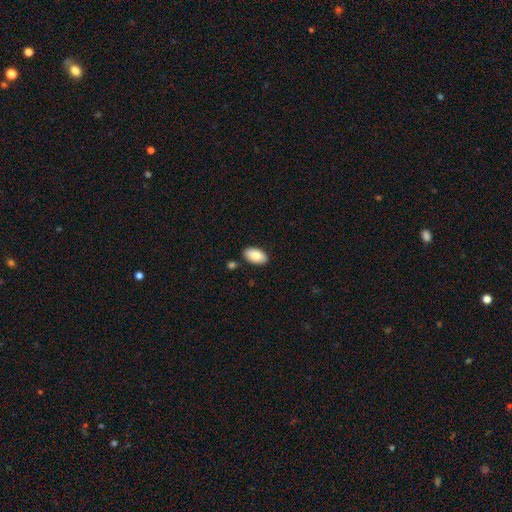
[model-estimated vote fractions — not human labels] Overall: smooth (80%). How rounded: in between (94%). Merging: none (86%).